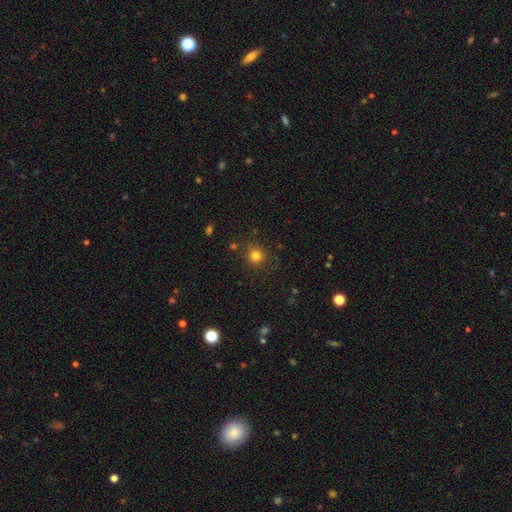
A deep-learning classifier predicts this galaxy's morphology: A smooth galaxy with no disk features (79%) that is round (89%).

Vote fractions:
- Smooth or featured? smooth: 79% / star or artifact: 15% / featured or disk: 6%
- How rounded? round: 89% / in between: 10% / cigar-shaped: 1%
- Merging? none: 84% / minor disturbance: 10% / major disturbance: 3% / merger: 2%